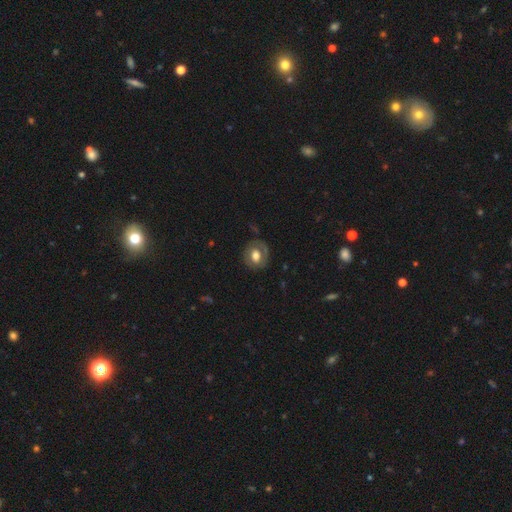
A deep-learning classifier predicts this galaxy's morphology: This appears to be a smooth galaxy with no disk features (47%). Merging: none (74%).